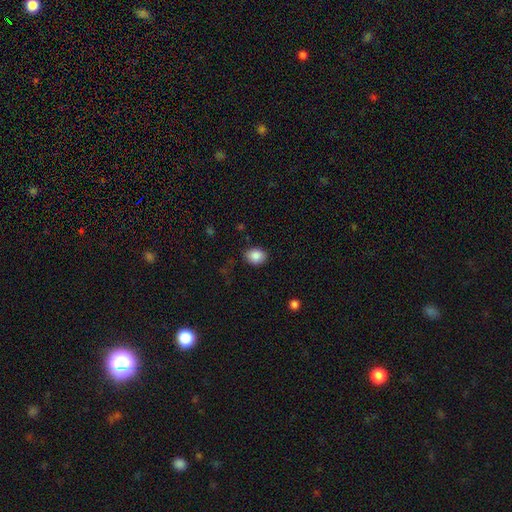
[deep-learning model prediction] Smooth or featured? smooth (87%)
How rounded? in between (50%)
Merging? none (84%)